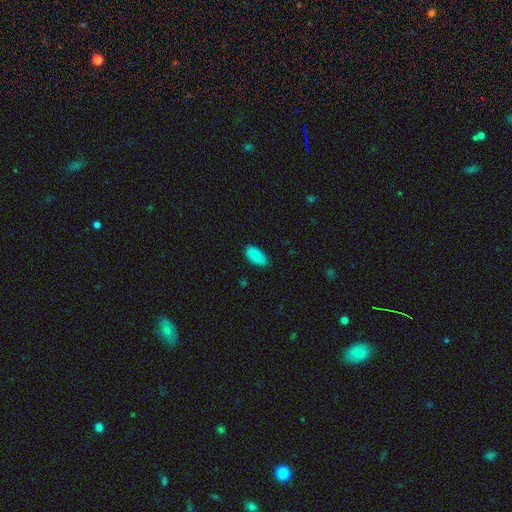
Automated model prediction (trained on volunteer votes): Smooth or featured: smooth — 89% (star or artifact — 7%)
How rounded: in between — 94% (cigar-shaped — 4%)
Merging: none — 84% (minor disturbance — 12%)